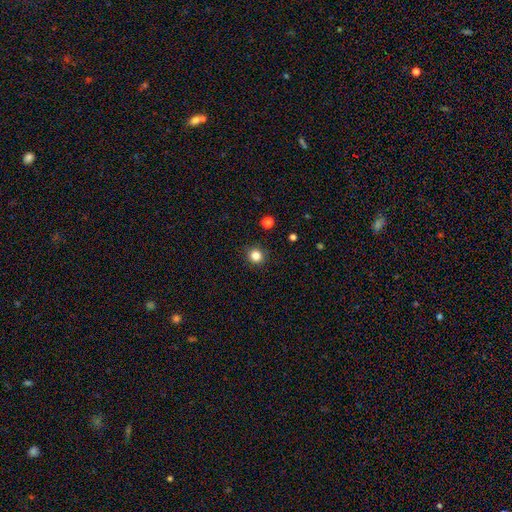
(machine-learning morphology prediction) type=smooth (83%); roundness=round (92%); merging=none (91%).